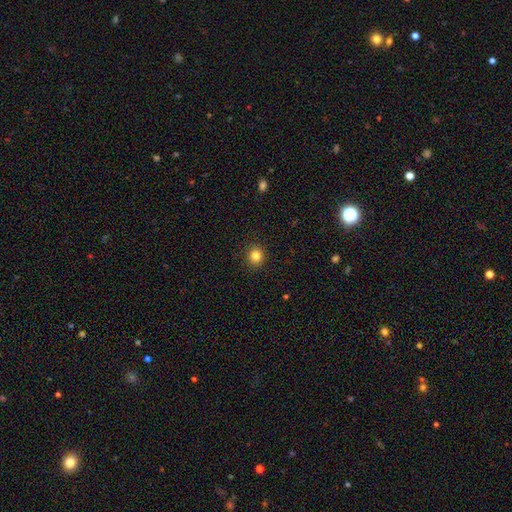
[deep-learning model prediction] smooth 83%, star or artifact 12%, featured or disk 5%. Down the decision tree: how rounded — round (86%); merging — none (91%).